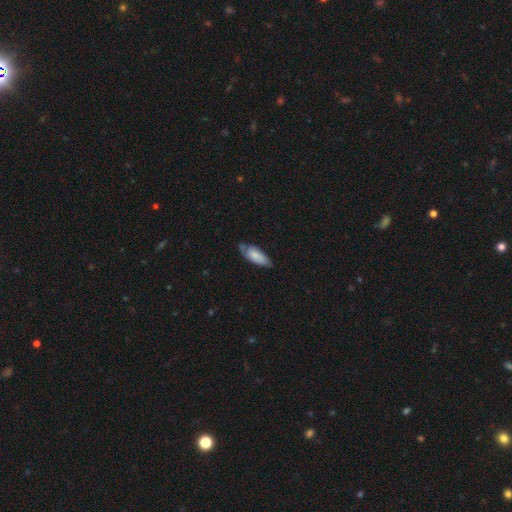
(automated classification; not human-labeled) Overall: smooth (70%). How rounded: in between (78%). Merging: none (57%; minor disturbance 34%).